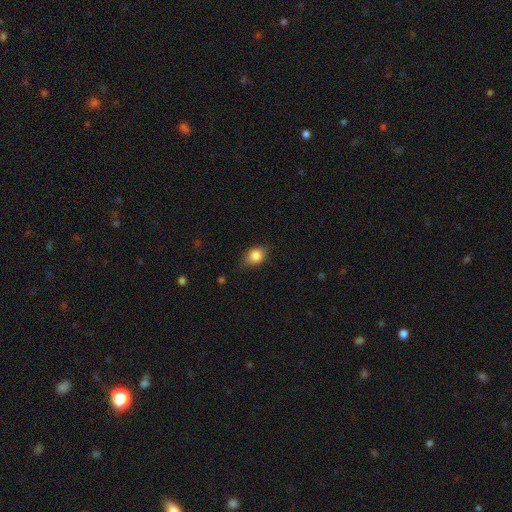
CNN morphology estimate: A smooth galaxy with no disk features (83%) that is in between round and cigar-shaped (56%).

Vote fractions:
- Smooth or featured? smooth: 83% / star or artifact: 9% / featured or disk: 8%
- How rounded? in between: 56% / round: 42% / cigar-shaped: 2%
- Merging? none: 70% / minor disturbance: 24% / major disturbance: 5% / merger: 1%